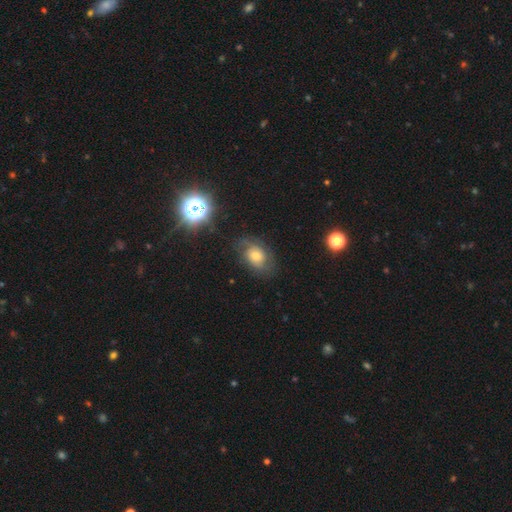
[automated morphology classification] Smooth or featured? Predicted: featured or disk (p=0.48). Merging? Predicted: none (p=0.67).